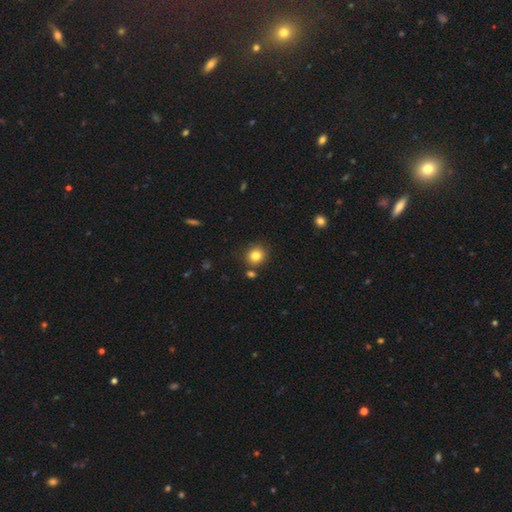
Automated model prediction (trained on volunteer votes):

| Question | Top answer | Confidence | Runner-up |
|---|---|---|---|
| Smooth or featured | smooth | 82% | star or artifact (11%) |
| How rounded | round | 87% | in between (13%) |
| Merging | none | 80% | minor disturbance (9%) |